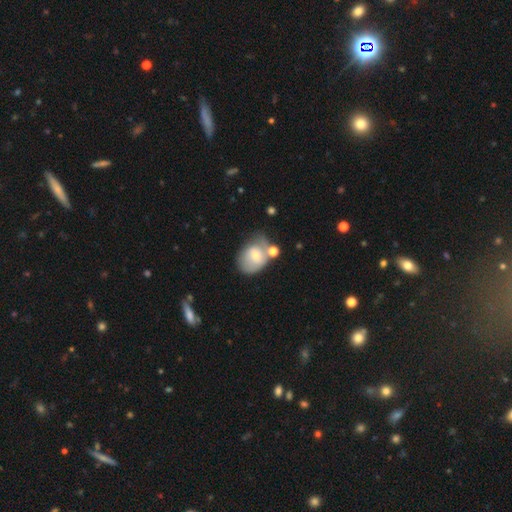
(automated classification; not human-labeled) Morphology: type=smooth (60%); roundness=in between (60%); merging=none (35%).